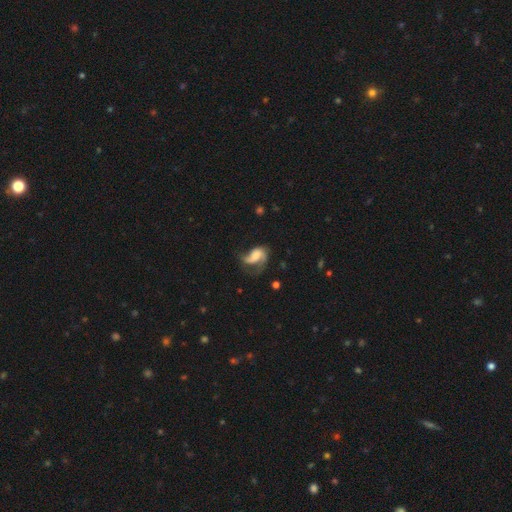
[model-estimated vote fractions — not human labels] A featured or disk galaxy (65%) with no bar (56%), 2 (47%) loose (50%) spiral arms (87%) and no central bulge (29%).

Vote fractions:
- Smooth or featured? featured or disk: 65% / smooth: 27% / star or artifact: 8%
- Edge-on disk? no: 97% / yes: 3%
- Bar? no: 56% / weak: 33% / strong: 12%
- Spiral arms? yes: 87% / no: 13%
- Spiral winding? loose: 50% / medium: 36% / tight: 14%
- Spiral arm count? 2: 47% / 1: 37% / can't tell: 8% / 3: 5% / 4: 2% / more than 4: 1%
- Bulge size? none: 29% / moderate: 23% / large: 22% / small: 21% / dominant: 5%
- Merging? major disturbance: 40% / none: 34% / minor disturbance: 22% / merger: 4%